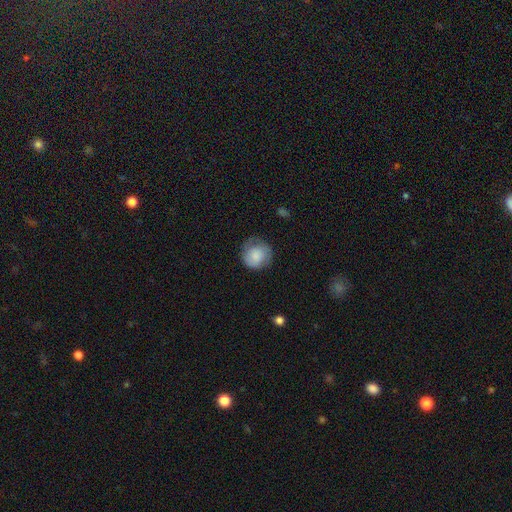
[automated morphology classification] Overall: smooth (76%). How rounded: round (88%). Merging: none (63%; minor disturbance 26%).